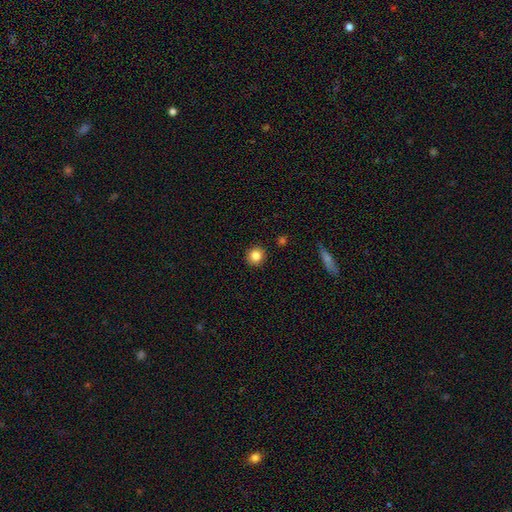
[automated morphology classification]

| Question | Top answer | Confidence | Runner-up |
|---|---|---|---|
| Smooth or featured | smooth | 84% | star or artifact (10%) |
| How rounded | round | 90% | in between (9%) |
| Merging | none | 91% | minor disturbance (6%) |